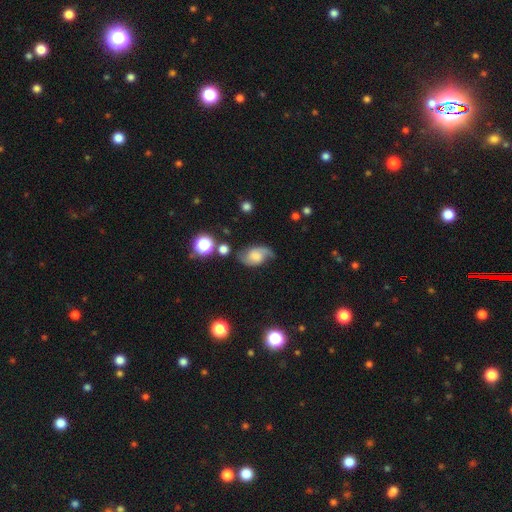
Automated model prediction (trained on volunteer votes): Smooth or featured: featured or disk — 66% (smooth — 24%)
Edge-on disk: no — 97% (yes — 3%)
Bar: no — 62% (weak — 32%)
Spiral arms: yes — 92% (no — 8%)
Spiral winding: loose — 44% (medium — 41%)
Spiral arm count: 2 — 86% (1 — 6%)
Bulge size: none — 31% (large — 26%)
Merging: none — 62% (minor disturbance — 23%)